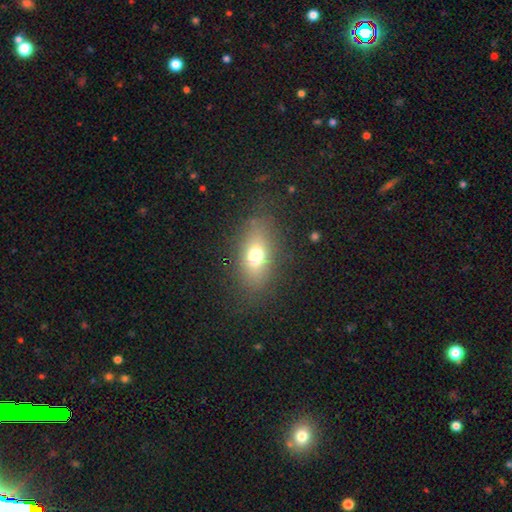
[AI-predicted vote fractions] smooth_or_featured: smooth (p=0.68) [alt: featured or disk p=0.18]
how_rounded: in between (p=0.76) [alt: round p=0.17]
merging: none (p=0.82) [alt: minor disturbance p=0.11]